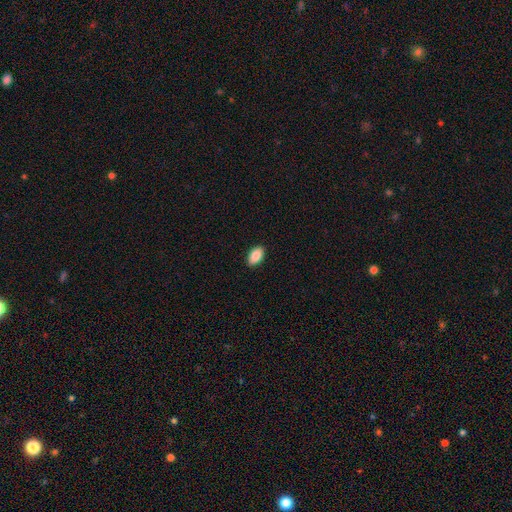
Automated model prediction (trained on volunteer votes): This is clearly a smooth galaxy (89%). How rounded: clearly in between (94%). Merging: clearly none (90%).